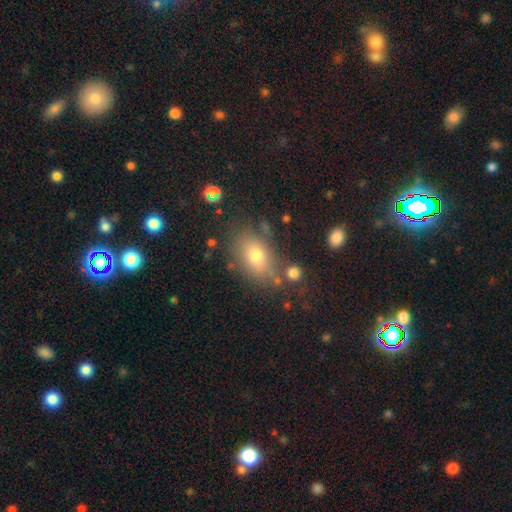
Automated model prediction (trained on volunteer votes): smooth 72%, featured or disk 16%, star or artifact 12%. Down the decision tree: how rounded — in between (80%); merging — none (71%).